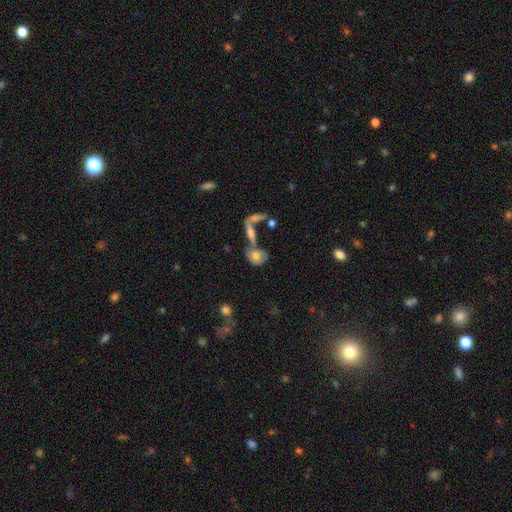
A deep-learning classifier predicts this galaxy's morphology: Smooth or featured? smooth (64%)
How rounded? in between (63%)
Merging? merger (46%)